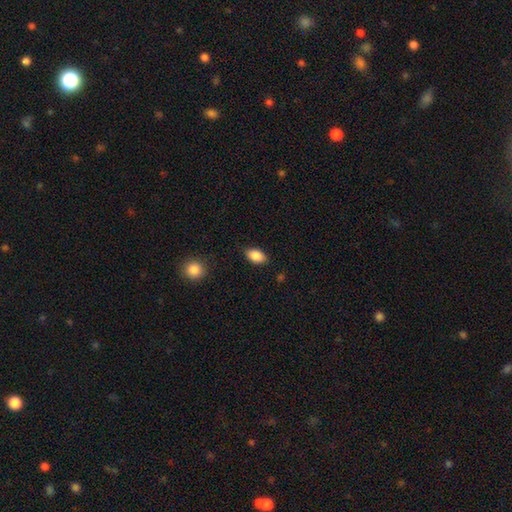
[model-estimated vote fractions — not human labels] Smooth or featured?
  - smooth: 88% *
  - star or artifact: 8%
  - featured or disk: 4%
How rounded?
  - in between: 89% *
  - round: 9%
  - cigar-shaped: 2%
Merging?
  - none: 85% *
  - minor disturbance: 12%
  - major disturbance: 3%
  - merger: 1%